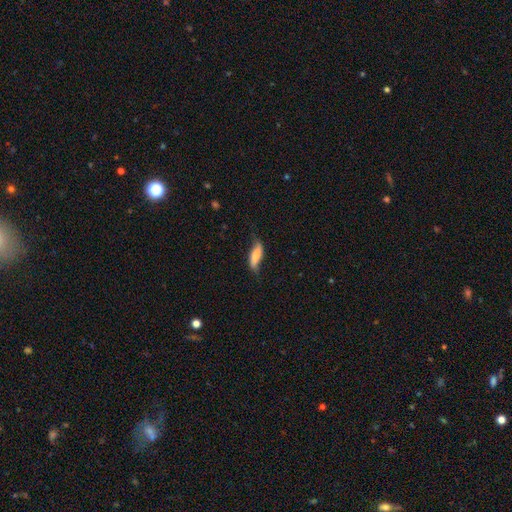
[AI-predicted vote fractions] A smooth galaxy with no disk features (57%) that is in between round and cigar-shaped (52%).

Vote fractions:
- Smooth or featured? smooth: 57% / featured or disk: 37% / star or artifact: 7%
- How rounded? in between: 52% / cigar-shaped: 46% / round: 3%
- Merging? none: 58% / minor disturbance: 30% / major disturbance: 10% / merger: 2%